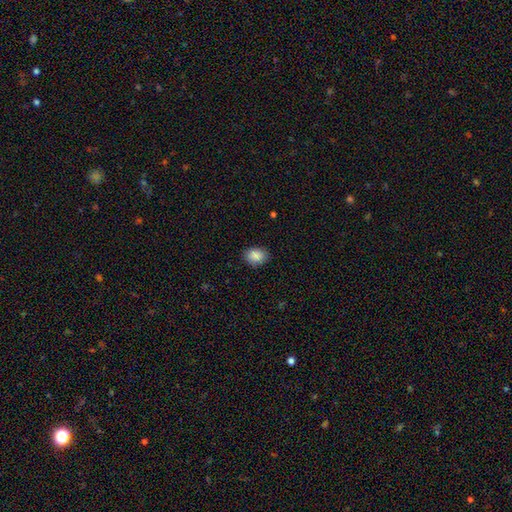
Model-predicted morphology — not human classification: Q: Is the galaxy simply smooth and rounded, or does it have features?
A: smooth — 89%.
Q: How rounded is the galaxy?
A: in between — 68%.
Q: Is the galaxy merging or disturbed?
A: none — 86%.